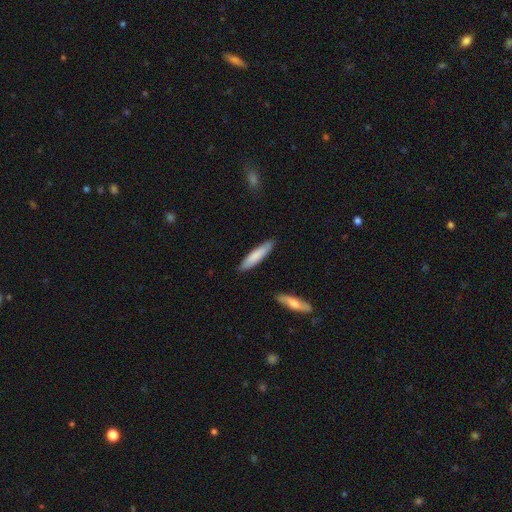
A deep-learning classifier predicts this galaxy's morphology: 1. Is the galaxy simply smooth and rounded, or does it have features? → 80% smooth, 15% featured or disk, 5% star or artifact.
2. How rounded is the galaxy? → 82% cigar-shaped, 17% in between, 1% round.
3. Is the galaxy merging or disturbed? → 87% none, 9% minor disturbance, 2% merger, 2% major disturbance.